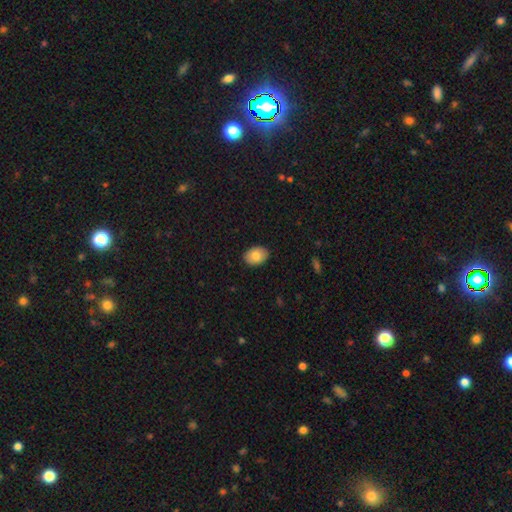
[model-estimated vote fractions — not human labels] Smooth or featured? smooth (82%)
How rounded? in between (78%)
Merging? none (89%)